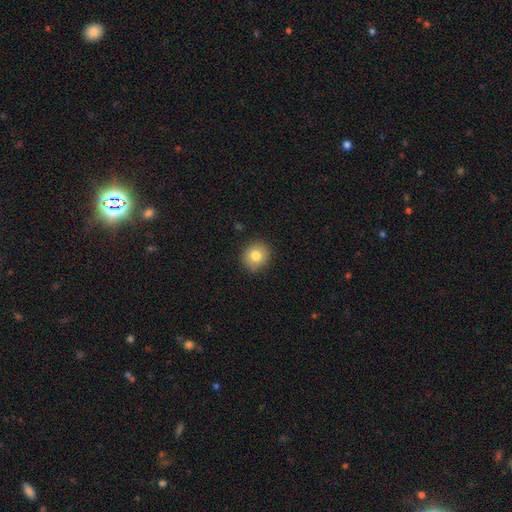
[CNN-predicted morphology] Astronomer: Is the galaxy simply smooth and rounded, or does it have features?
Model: smooth — 80%.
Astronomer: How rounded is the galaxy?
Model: round — 89%.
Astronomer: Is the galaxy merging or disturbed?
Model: none — 87%.